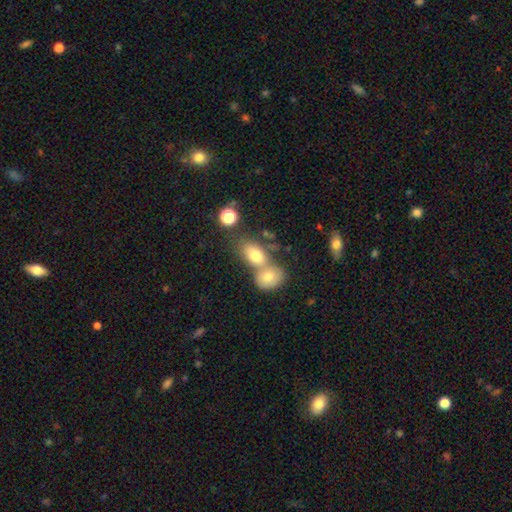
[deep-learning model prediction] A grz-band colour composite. It shows a smooth galaxy with no disk features (75%) that is in between round and cigar-shaped (82%). Merging: merger (52%).